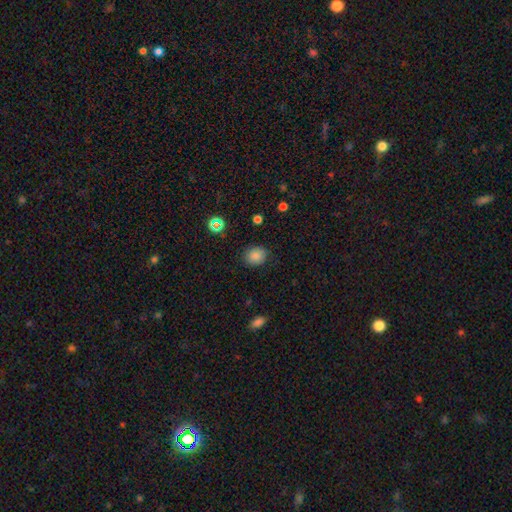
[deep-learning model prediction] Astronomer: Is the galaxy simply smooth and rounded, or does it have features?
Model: smooth — 83%.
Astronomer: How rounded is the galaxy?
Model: round — 68%.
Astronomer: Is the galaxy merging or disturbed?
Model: none — 84%.